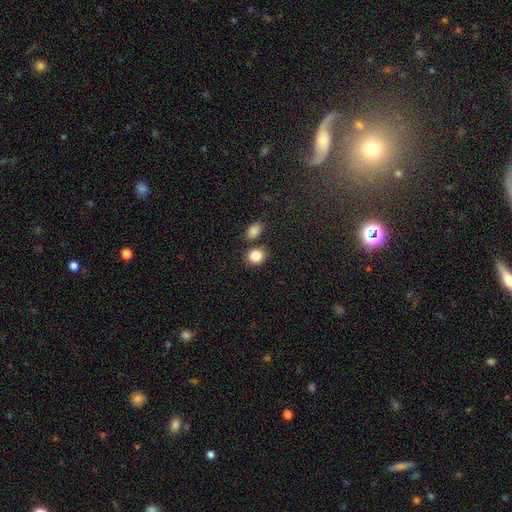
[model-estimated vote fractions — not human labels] Smooth or featured?
  - smooth: 86% *
  - star or artifact: 9%
  - featured or disk: 5%
How rounded?
  - round: 68% *
  - in between: 31%
  - cigar-shaped: 1%
Merging?
  - none: 72% *
  - merger: 15%
  - minor disturbance: 10%
  - major disturbance: 3%